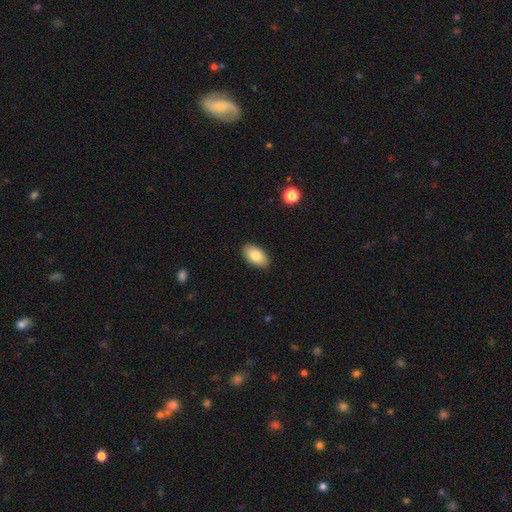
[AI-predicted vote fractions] Smooth or featured?
  - smooth: 81% *
  - featured or disk: 12%
  - star or artifact: 7%
How rounded?
  - in between: 94% *
  - round: 4%
  - cigar-shaped: 2%
Merging?
  - none: 89% *
  - minor disturbance: 8%
  - major disturbance: 2%
  - merger: 1%